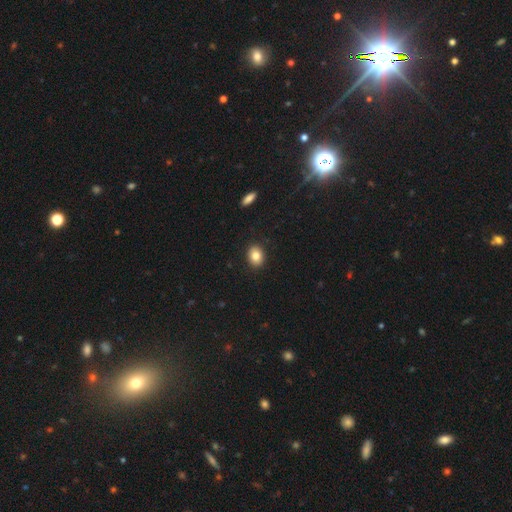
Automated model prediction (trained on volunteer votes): smooth 84%, star or artifact 9%, featured or disk 7%. Down the decision tree: how rounded — in between (60%); merging — none (90%).